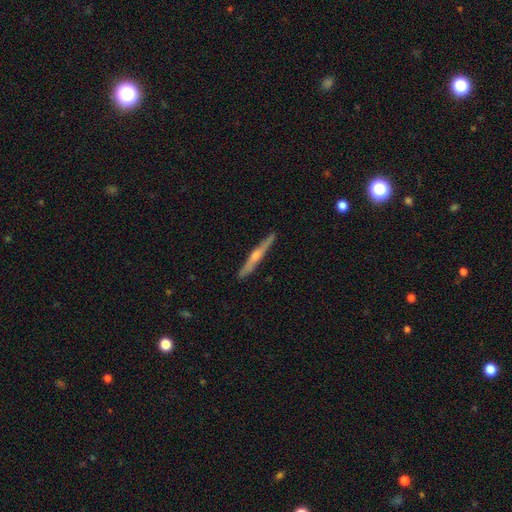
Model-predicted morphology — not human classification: smooth_or_featured: featured or disk (p=0.68) [alt: smooth p=0.26]
disk_edge_on: yes (p=0.97) [alt: no p=0.03]
edge_on_bulge: rounded (p=0.80) [alt: none p=0.14]
merging: none (p=0.90) [alt: minor disturbance p=0.07]